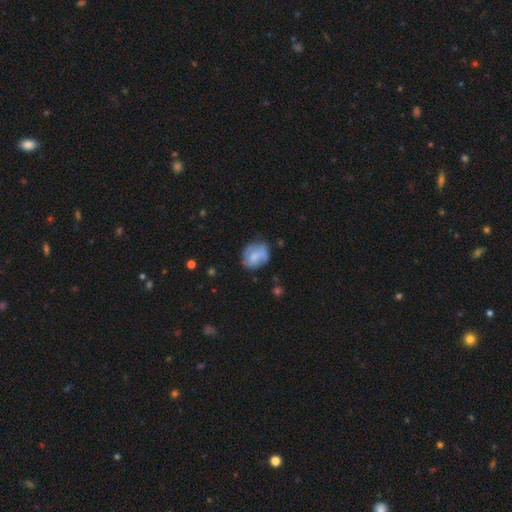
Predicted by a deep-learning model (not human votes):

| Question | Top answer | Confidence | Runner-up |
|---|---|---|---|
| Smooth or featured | smooth | 61% | featured or disk (31%) |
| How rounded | round | 59% | in between (40%) |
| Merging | none | 56% | minor disturbance (28%) |